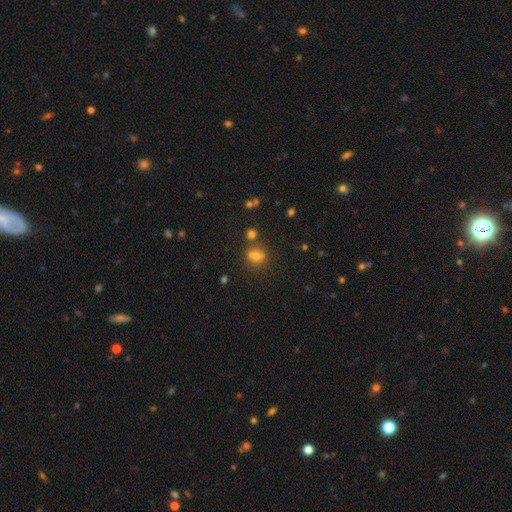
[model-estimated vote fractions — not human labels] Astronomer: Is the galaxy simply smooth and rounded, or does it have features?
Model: smooth — 68%.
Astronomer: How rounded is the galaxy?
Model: round — 50% (runner-up: in between, 46%).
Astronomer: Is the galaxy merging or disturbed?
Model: none — 58%.